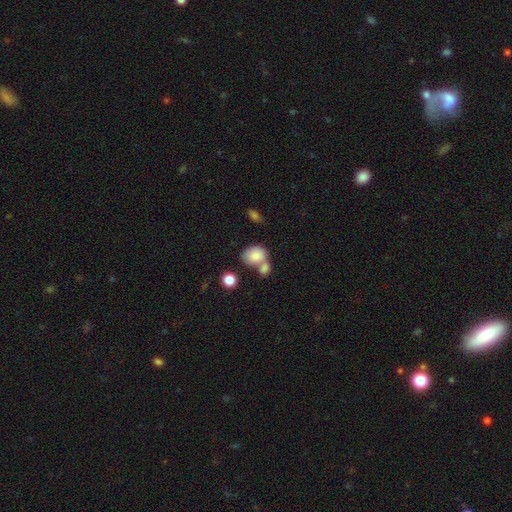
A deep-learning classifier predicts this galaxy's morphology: Smooth or featured?
  - smooth: 82% *
  - featured or disk: 11%
  - star or artifact: 7%
How rounded?
  - in between: 64% *
  - round: 35%
  - cigar-shaped: 1%
Merging?
  - merger: 49% *
  - none: 33%
  - minor disturbance: 13%
  - major disturbance: 6%